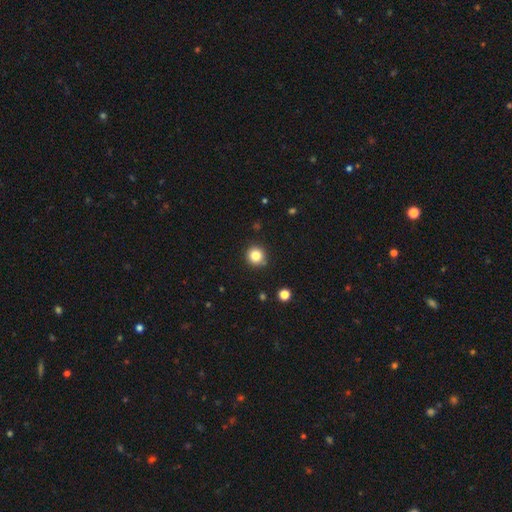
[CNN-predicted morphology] smooth_or_featured: smooth (p=0.83) [alt: star or artifact p=0.12]
how_rounded: round (p=0.92) [alt: in between p=0.07]
merging: none (p=0.87) [alt: minor disturbance p=0.09]